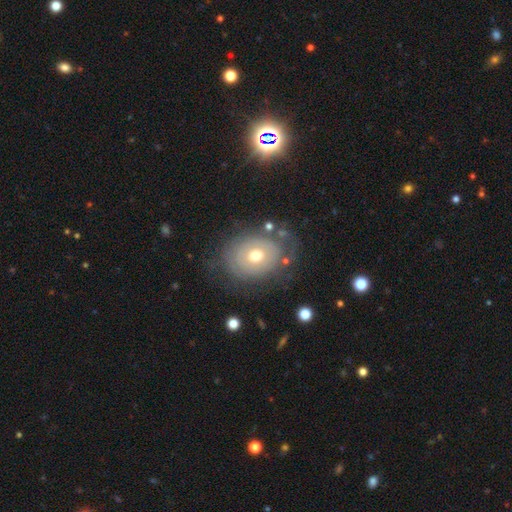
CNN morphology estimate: Smooth or featured: featured or disk — 60% (smooth — 31%)
Edge-on disk: no — 95% (yes — 5%)
Bar: no — 84% (weak — 13%)
Spiral arms: yes — 52% (no — 48%)
Bulge size: moderate — 73% (small — 17%)
Merging: none — 71% (minor disturbance — 17%)